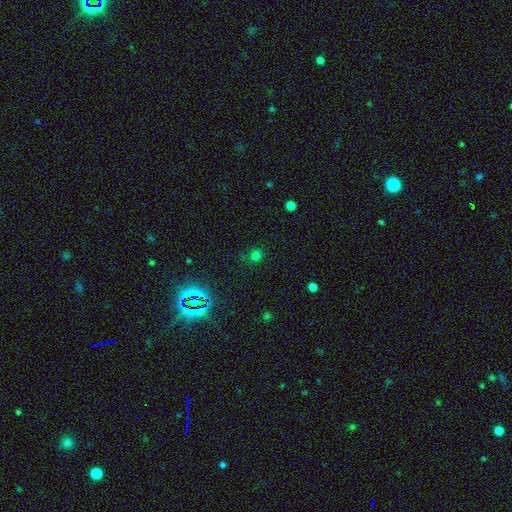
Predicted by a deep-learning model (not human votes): Smooth or featured? smooth (62%)
How rounded? round (87%)
Merging? none (80%)